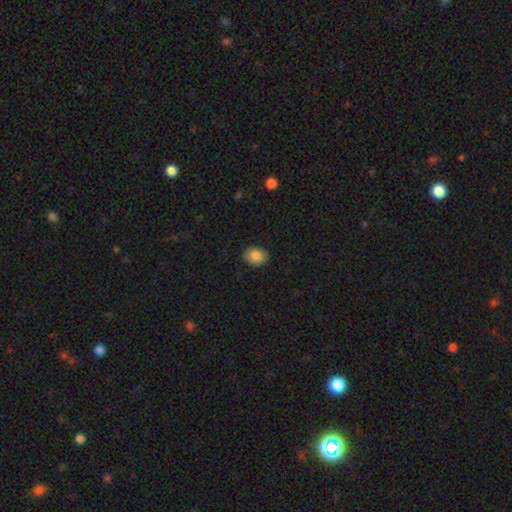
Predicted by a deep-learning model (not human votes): smooth_or_featured: smooth (p=0.86) [alt: star or artifact p=0.08]
how_rounded: round (p=0.50) [alt: in between p=0.49]
merging: none (p=0.88) [alt: minor disturbance p=0.09]